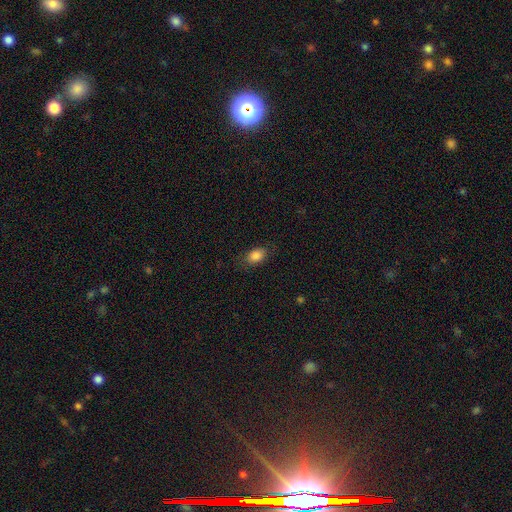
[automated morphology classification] Q: Smooth or featured?
A: smooth (86%); runner-up: star or artifact (9%)
Q: How rounded?
A: in between (86%); runner-up: round (13%)
Q: Merging?
A: none (81%); runner-up: minor disturbance (14%)